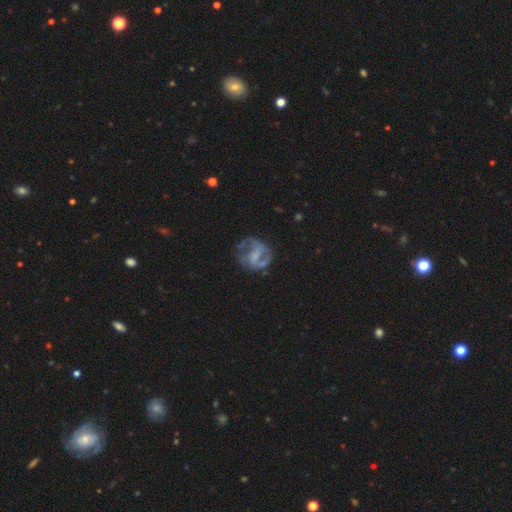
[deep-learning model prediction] smooth-or-featured: featured or disk: 65% | smooth: 26% | star or artifact: 9%
  disk-edge-on: no: 97% | yes: 3%
    bar: no: 40% | weak: 39% | strong: 21%
    has-spiral-arms: yes: 58% | no: 42%
    bulge-size: none: 44% | small: 25% | moderate: 23% | large: 7% | dominant: 1%
  merging: none: 49% | major disturbance: 25% | minor disturbance: 22% | merger: 3%